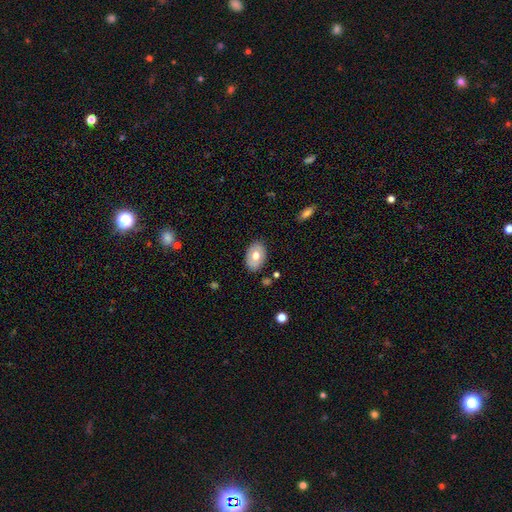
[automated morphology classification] This appears to be a smooth galaxy with no disk features (62%) that is in between round and cigar-shaped (81%). Merging: none (83%).